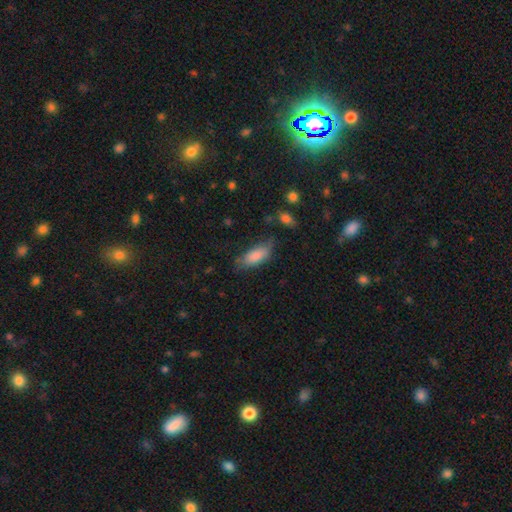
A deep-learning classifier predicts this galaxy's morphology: Smooth or featured?
  - smooth: 84% *
  - featured or disk: 9%
  - star or artifact: 7%
How rounded?
  - in between: 80% *
  - cigar-shaped: 18%
  - round: 2%
Merging?
  - none: 61% *
  - minor disturbance: 27%
  - major disturbance: 9%
  - merger: 3%